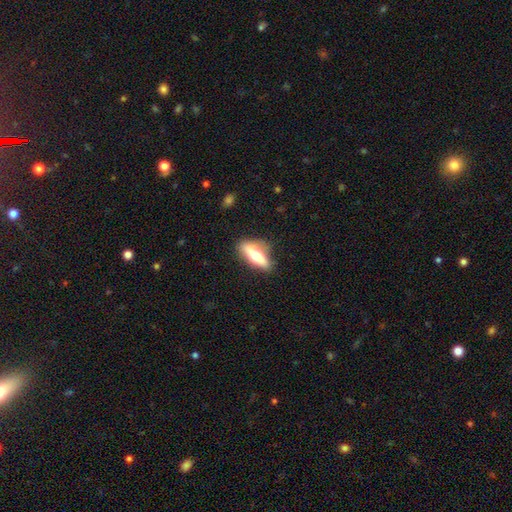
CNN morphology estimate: Q: Smooth or featured?
A: smooth (47%); tied with: featured or disk (47%)
Q: Merging?
A: none (79%); runner-up: minor disturbance (15%)